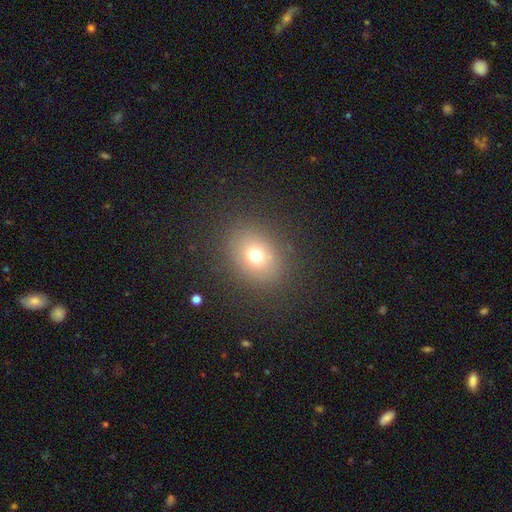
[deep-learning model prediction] Smooth or featured? smooth (70%)
How rounded? round (54%)
Merging? none (85%)